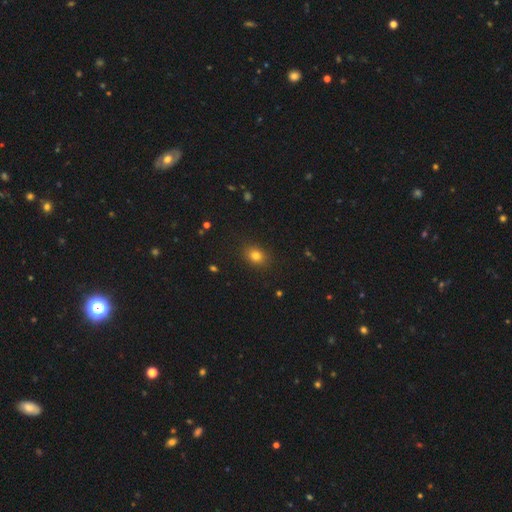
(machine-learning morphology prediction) smooth-or-featured: smooth: 80% | star or artifact: 13% | featured or disk: 7%
  how-rounded: in between: 51% | round: 48% | cigar-shaped: 1%
  merging: none: 87% | minor disturbance: 9% | major disturbance: 3% | merger: 1%